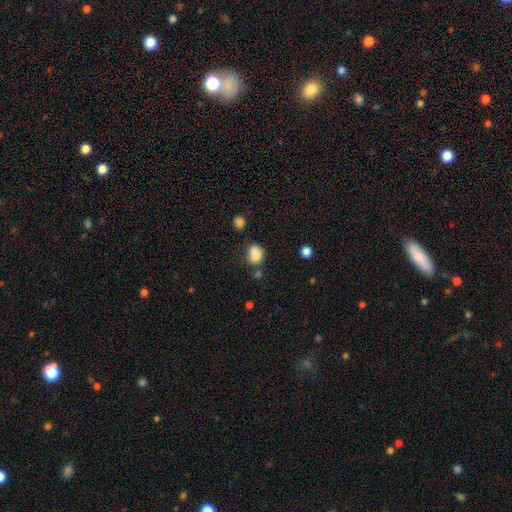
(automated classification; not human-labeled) Smooth or featured?
  - smooth: 82% *
  - star or artifact: 11%
  - featured or disk: 8%
How rounded?
  - in between: 53% *
  - round: 46%
  - cigar-shaped: 1%
Merging?
  - none: 48% *
  - minor disturbance: 25%
  - merger: 18%
  - major disturbance: 9%